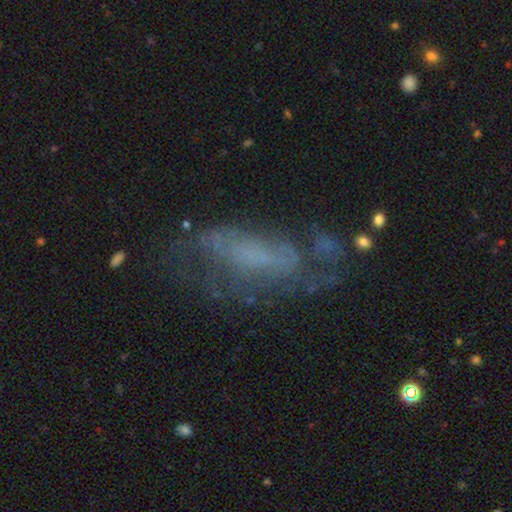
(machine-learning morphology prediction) Smooth or featured? featured or disk (60%)
Edge-on disk? no (86%)
Bar? no (61%)
Spiral arms? yes (63%)
Bulge size? none (53%)
Merging? none (53%)